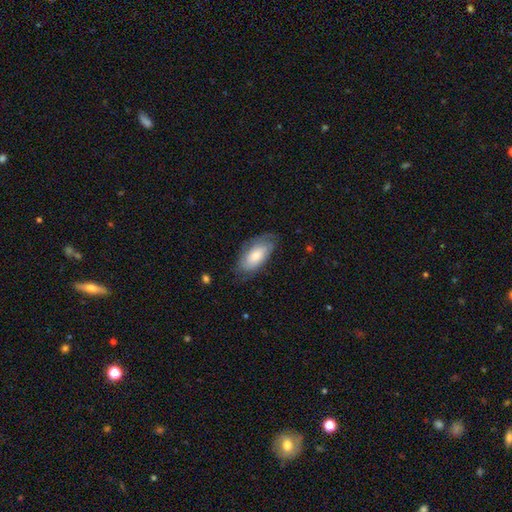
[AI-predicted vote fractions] Q: Smooth or featured?
A: smooth (54%); runner-up: featured or disk (39%)
Q: How rounded?
A: in between (91%); runner-up: cigar-shaped (6%)
Q: Merging?
A: none (70%); runner-up: minor disturbance (22%)